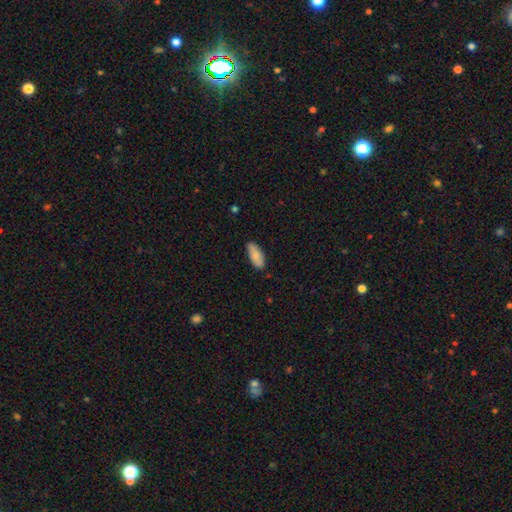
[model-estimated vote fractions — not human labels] A smooth galaxy with no disk features (85%) that is in between round and cigar-shaped (77%).

Vote fractions:
- Smooth or featured? smooth: 85% / featured or disk: 9% / star or artifact: 6%
- How rounded? in between: 77% / cigar-shaped: 21% / round: 2%
- Merging? none: 82% / minor disturbance: 14% / major disturbance: 2% / merger: 1%